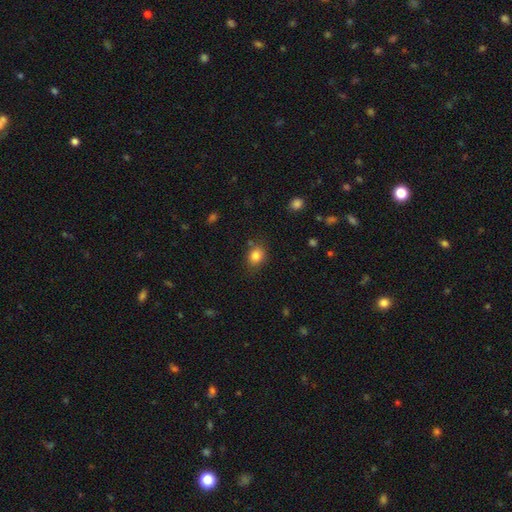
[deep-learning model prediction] Smooth or featured? Predicted: smooth (p=0.83). How rounded? Predicted: round (p=0.54). Merging? Predicted: none (p=0.77).